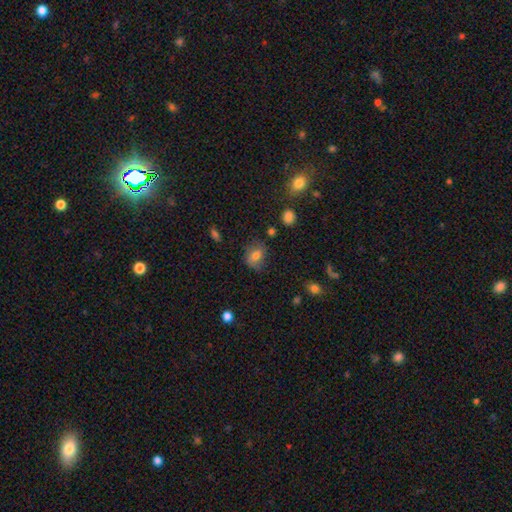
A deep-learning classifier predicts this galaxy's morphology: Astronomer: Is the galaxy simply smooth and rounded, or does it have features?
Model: smooth — 71%.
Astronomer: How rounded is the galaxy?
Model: in between — 54% (runner-up: round, 45%).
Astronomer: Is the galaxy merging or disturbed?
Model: none — 68%.